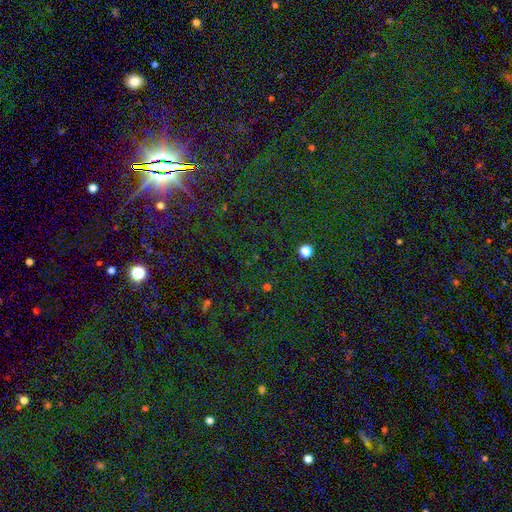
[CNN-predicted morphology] star or artifact 84%, smooth 9%, featured or disk 7%.